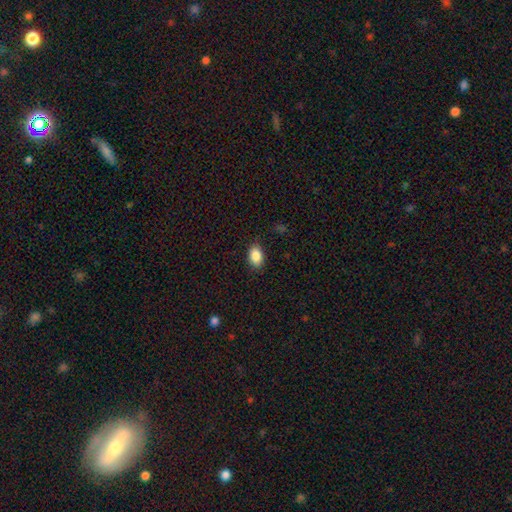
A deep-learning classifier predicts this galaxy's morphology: type=smooth (87%); roundness=in between (86%); merging=none (84%).